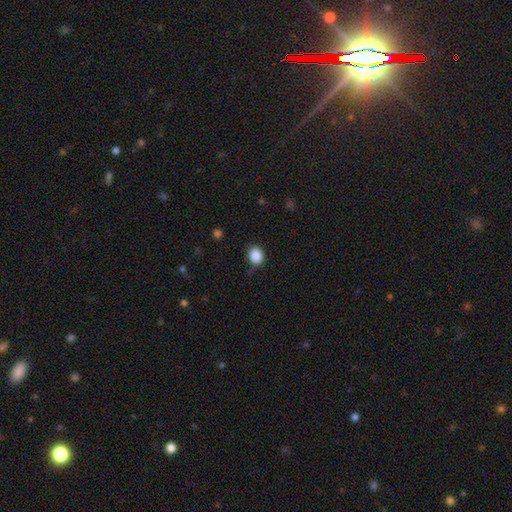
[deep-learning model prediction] Overall: smooth (88%). How rounded: round (59%; in between 40%). Merging: none (85%).